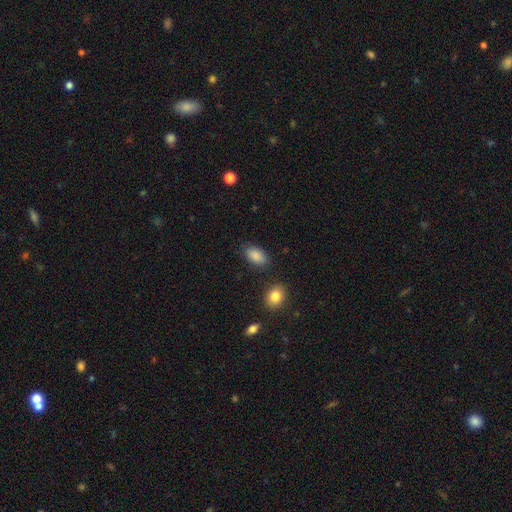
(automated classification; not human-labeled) smooth-or-featured: smooth: 88% | star or artifact: 8% | featured or disk: 4%
  how-rounded: in between: 92% | round: 7% | cigar-shaped: 2%
  merging: none: 82% | minor disturbance: 12% | major disturbance: 3% | merger: 3%